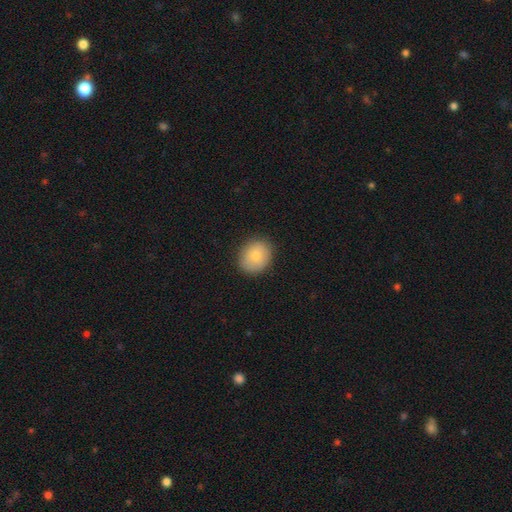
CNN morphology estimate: A smooth galaxy with no disk features (80%) that is round (61%).

Vote fractions:
- Smooth or featured? smooth: 80% / featured or disk: 12% / star or artifact: 8%
- How rounded? round: 61% / in between: 39% / cigar-shaped: 1%
- Merging? none: 87% / minor disturbance: 10% / major disturbance: 2% / merger: 1%